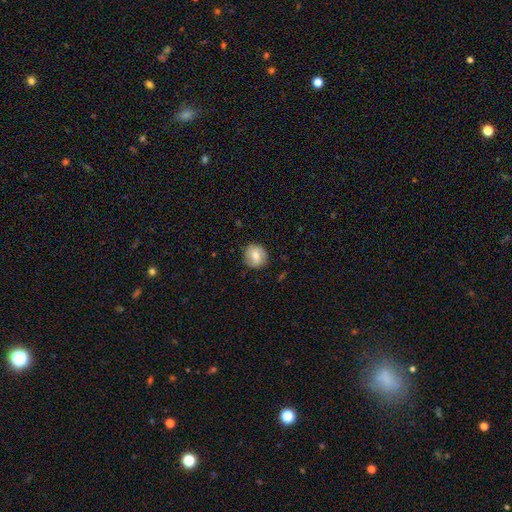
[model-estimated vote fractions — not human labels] Morphology: type=smooth (67%); roundness=round (88%); merging=none (85%).